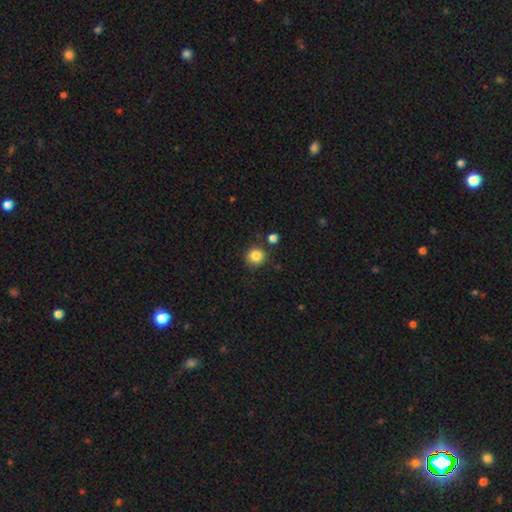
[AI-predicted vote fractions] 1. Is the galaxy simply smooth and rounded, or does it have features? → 85% smooth, 10% star or artifact, 4% featured or disk.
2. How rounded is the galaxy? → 91% round, 8% in between, 1% cigar-shaped.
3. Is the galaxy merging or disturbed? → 82% none, 9% minor disturbance, 6% merger, 3% major disturbance.